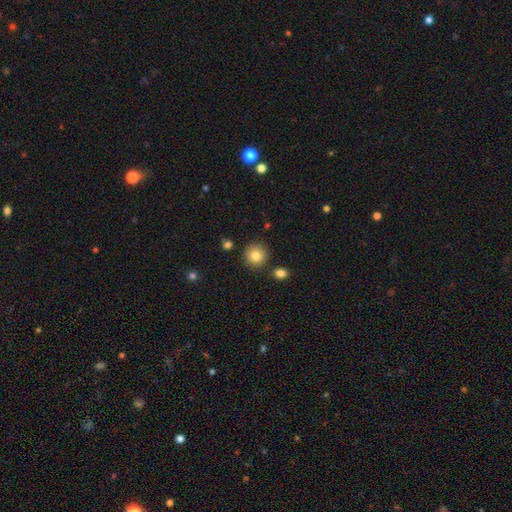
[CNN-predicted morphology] Q: Smooth or featured?
A: smooth (83%); runner-up: star or artifact (10%)
Q: How rounded?
A: round (94%); runner-up: in between (5%)
Q: Merging?
A: none (88%); runner-up: minor disturbance (6%)